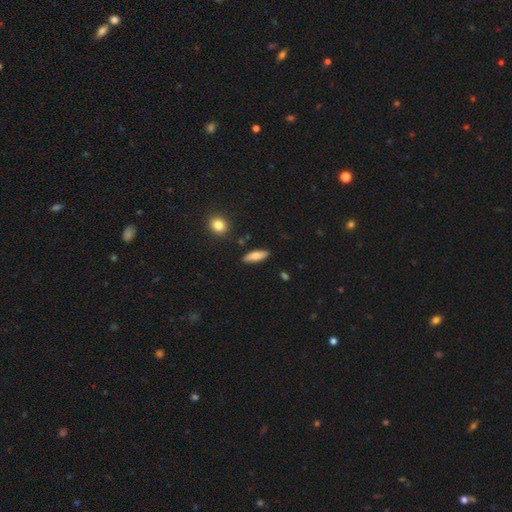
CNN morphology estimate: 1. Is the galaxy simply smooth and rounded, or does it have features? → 74% smooth, 20% featured or disk, 6% star or artifact.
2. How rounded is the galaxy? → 49% in between, 48% cigar-shaped, 2% round.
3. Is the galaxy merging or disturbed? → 87% none, 9% minor disturbance, 2% merger, 2% major disturbance.